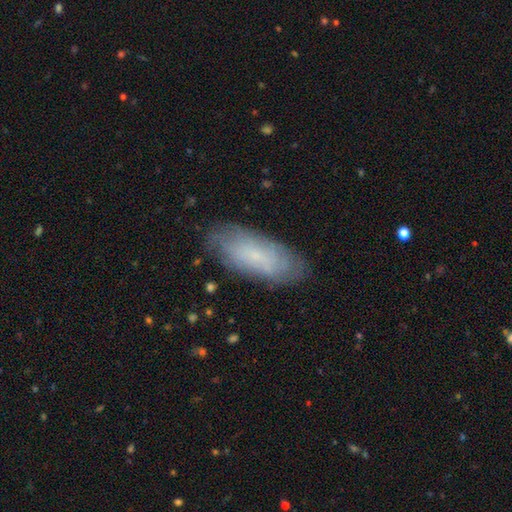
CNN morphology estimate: The model was most divided on "smooth or featured": smooth: 51%, featured or disk: 40%, star or artifact: 9%. More confident: merging — none (79%); how rounded — in between (79%).